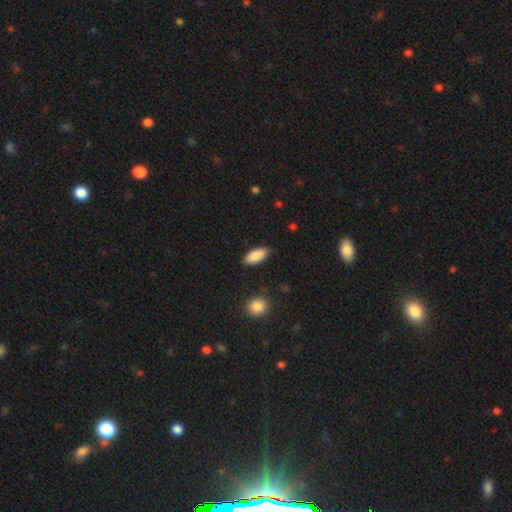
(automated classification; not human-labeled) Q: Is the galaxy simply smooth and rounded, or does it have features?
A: smooth — 88%.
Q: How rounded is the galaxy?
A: in between — 89%.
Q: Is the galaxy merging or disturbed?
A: none — 84%.